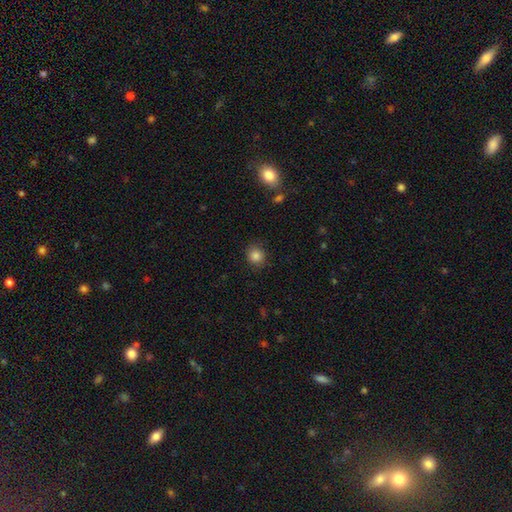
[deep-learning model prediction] Smooth or featured: smooth — 84% (star or artifact — 11%)
How rounded: round — 84% (in between — 15%)
Merging: none — 84% (minor disturbance — 11%)